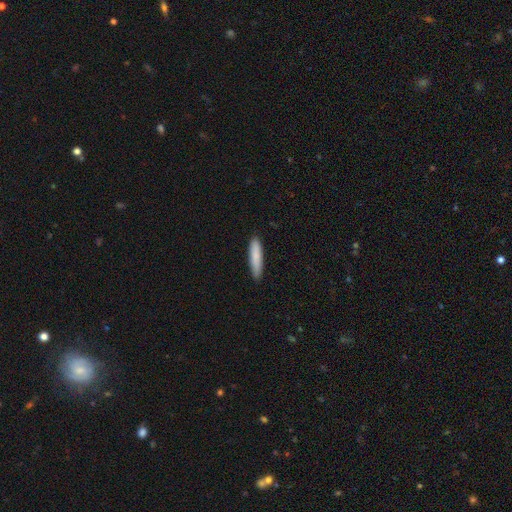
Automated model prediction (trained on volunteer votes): Smooth or featured: smooth — 84% (featured or disk — 11%)
How rounded: cigar-shaped — 83% (in between — 15%)
Merging: none — 87% (minor disturbance — 10%)